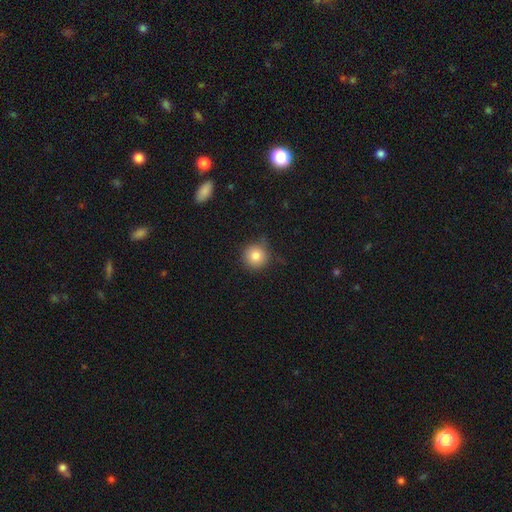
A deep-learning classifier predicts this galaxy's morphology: Smooth or featured? Predicted: smooth (p=0.82). How rounded? Predicted: round (p=0.94). Merging? Predicted: none (p=0.78).